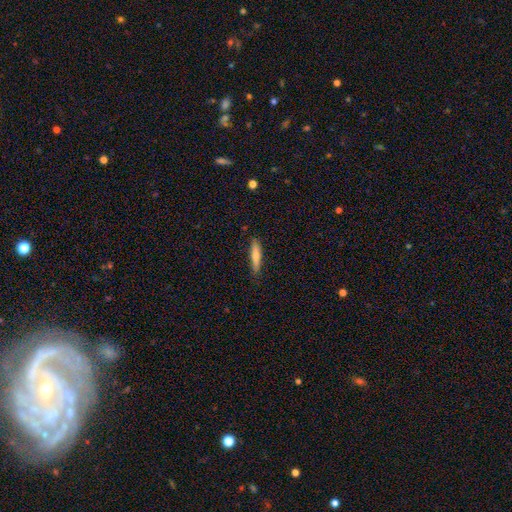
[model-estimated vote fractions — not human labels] Smooth or featured: smooth — 74% (featured or disk — 20%)
How rounded: cigar-shaped — 86% (in between — 12%)
Merging: none — 84% (minor disturbance — 12%)